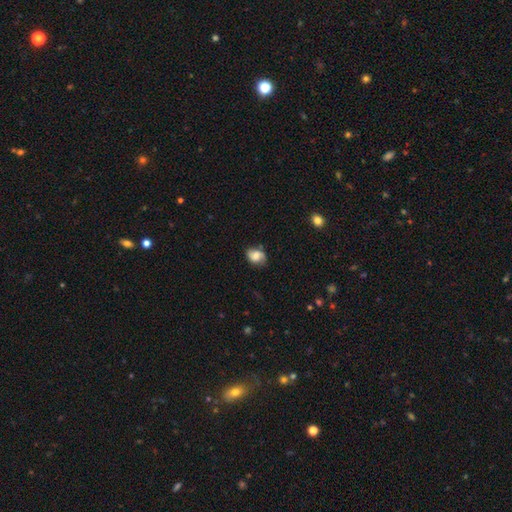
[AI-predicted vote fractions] This is possibly a smooth galaxy (53%). How rounded: likely in between (64%). Merging: likely none (67%).